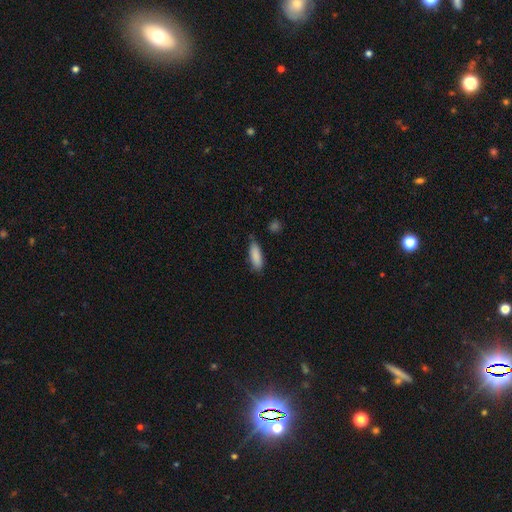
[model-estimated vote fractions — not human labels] Smooth or featured? smooth (88%)
How rounded? in between (62%)
Merging? none (74%)